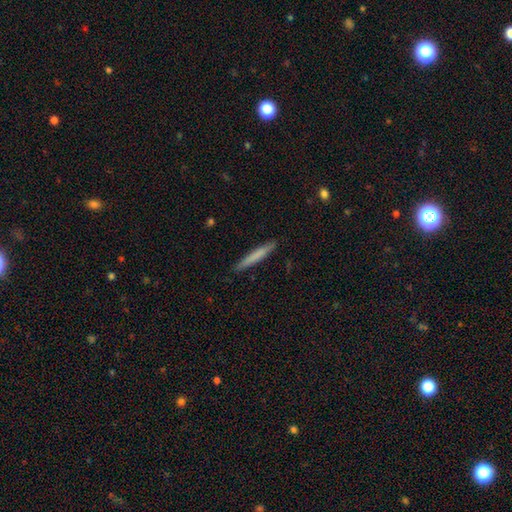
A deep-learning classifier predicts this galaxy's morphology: This appears to be a smooth galaxy with no disk features (72%) that is cigar-shaped (96%). Merging: none (90%).